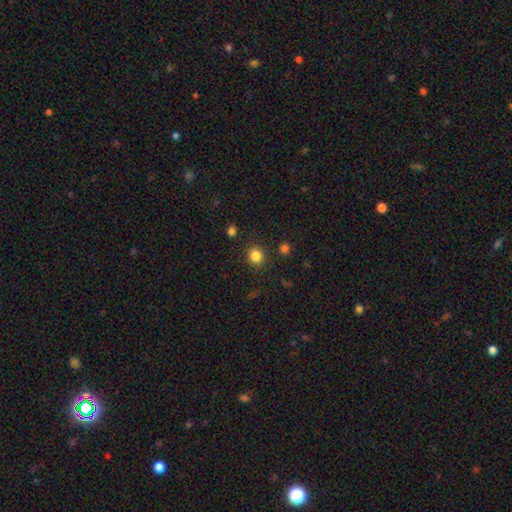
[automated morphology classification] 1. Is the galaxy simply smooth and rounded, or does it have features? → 83% smooth, 12% star or artifact, 5% featured or disk.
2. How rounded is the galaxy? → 85% round, 14% in between, 1% cigar-shaped.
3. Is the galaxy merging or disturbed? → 89% none, 7% minor disturbance, 2% major disturbance, 2% merger.